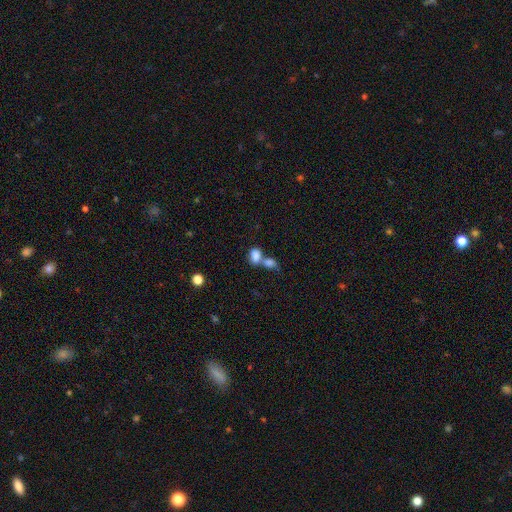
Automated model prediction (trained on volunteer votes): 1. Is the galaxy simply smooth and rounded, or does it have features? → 81% smooth, 10% featured or disk, 9% star or artifact.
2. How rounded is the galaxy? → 78% in between, 20% round, 2% cigar-shaped.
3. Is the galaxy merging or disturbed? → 66% merger, 22% none, 7% minor disturbance, 5% major disturbance.